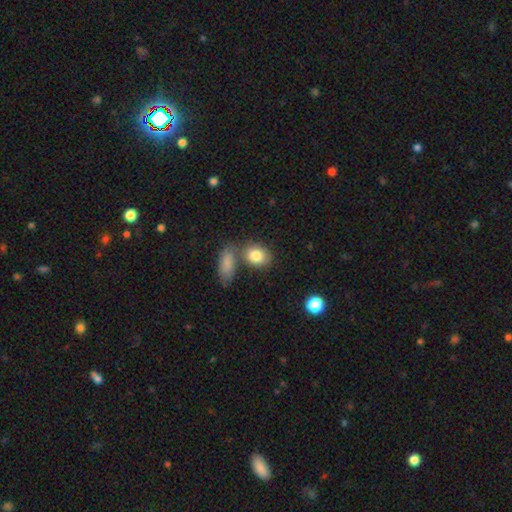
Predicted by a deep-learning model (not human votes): smooth_or_featured: smooth (p=0.84) [alt: featured or disk p=0.09]
how_rounded: in between (p=0.62) [alt: round p=0.35]
merging: none (p=0.54) [alt: merger p=0.28]